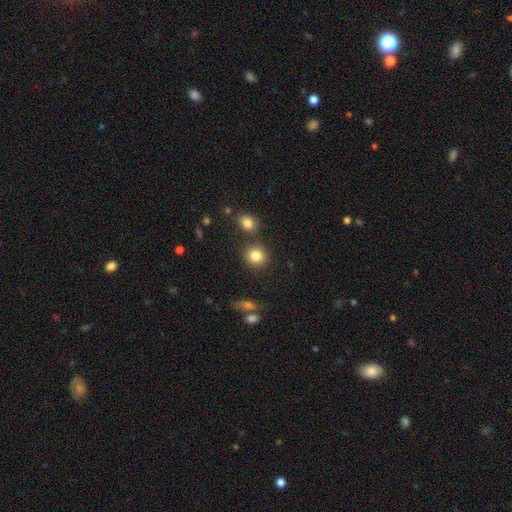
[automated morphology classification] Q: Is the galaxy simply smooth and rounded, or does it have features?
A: smooth — 84%.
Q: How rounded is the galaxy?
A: round — 86%.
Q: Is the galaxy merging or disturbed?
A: none — 82%.